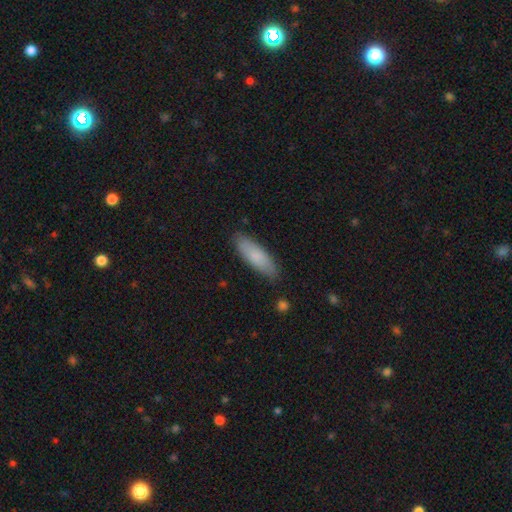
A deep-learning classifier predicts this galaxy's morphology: type=smooth (82%); roundness=cigar-shaped (51%); merging=none (85%).